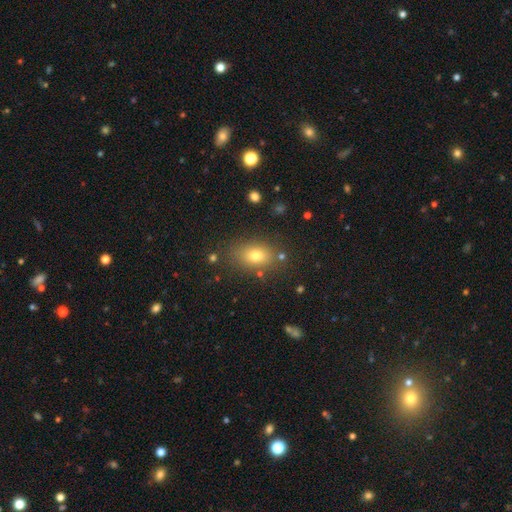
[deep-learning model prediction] This appears to be a smooth galaxy with no disk features (76%) that is in between round and cigar-shaped (78%). Merging: none (80%).